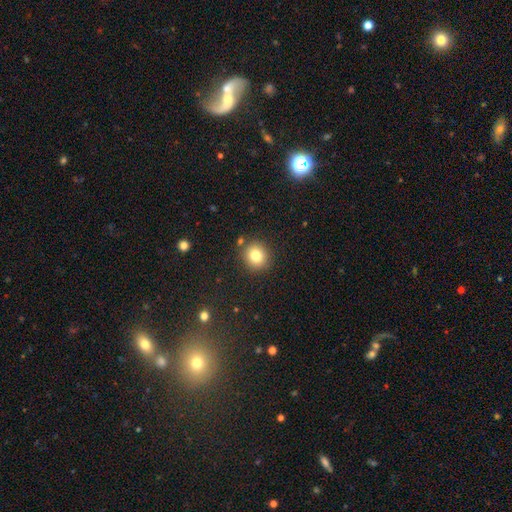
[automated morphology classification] Smooth or featured: smooth — 81% (star or artifact — 11%)
How rounded: round — 82% (in between — 17%)
Merging: none — 84% (minor disturbance — 9%)